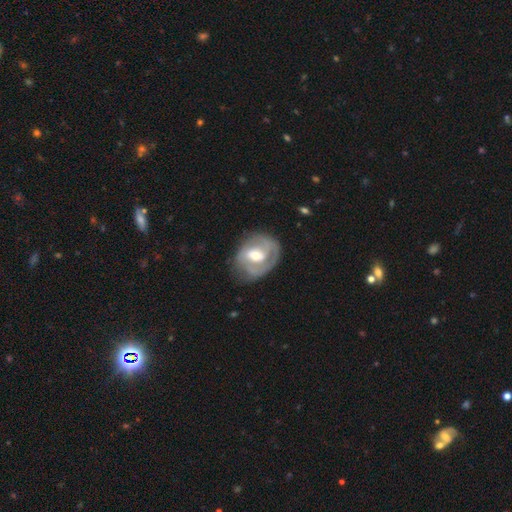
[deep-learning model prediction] Q: Smooth or featured?
A: featured or disk (72%); runner-up: smooth (23%)
Q: Edge-on disk?
A: no (97%); runner-up: yes (3%)
Q: Bar?
A: weak (45%); runner-up: no (34%)
Q: Spiral arms?
A: yes (76%); runner-up: no (24%)
Q: Spiral winding?
A: tight (51%); runner-up: medium (35%)
Q: Spiral arm count?
A: 2 (47%); runner-up: can't tell (24%)
Q: Bulge size?
A: moderate (64%); runner-up: small (28%)
Q: Merging?
A: none (60%); runner-up: minor disturbance (25%)